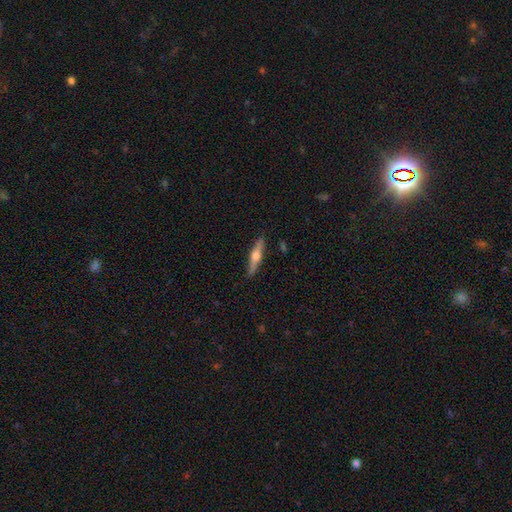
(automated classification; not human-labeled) The model was most divided on "smooth or featured": featured or disk: 55%, smooth: 39%, star or artifact: 6%. More confident: edge-on disk — yes (95%); edge-on bulge — rounded (91%); merging — none (88%).